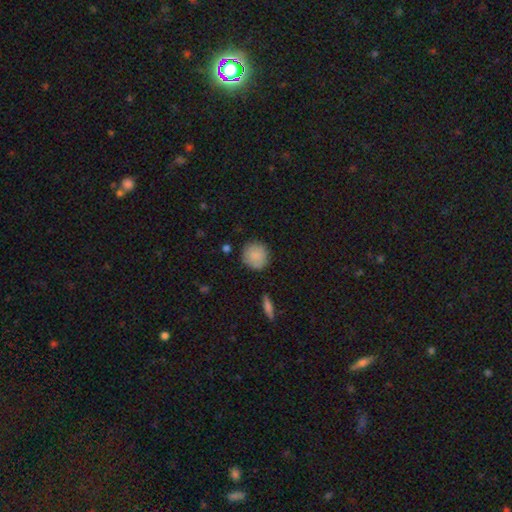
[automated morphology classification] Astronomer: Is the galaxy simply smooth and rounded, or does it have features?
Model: smooth — 84%.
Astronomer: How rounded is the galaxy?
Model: round — 91%.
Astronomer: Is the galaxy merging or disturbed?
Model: none — 84%.